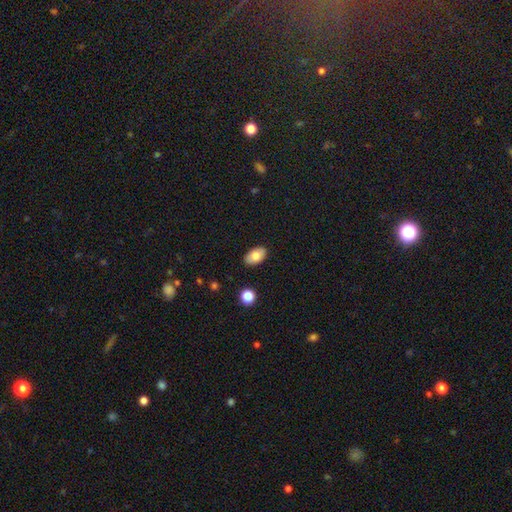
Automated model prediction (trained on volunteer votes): Smooth or featured? Predicted: smooth (p=0.77). How rounded? Predicted: in between (p=0.93). Merging? Predicted: none (p=0.88).